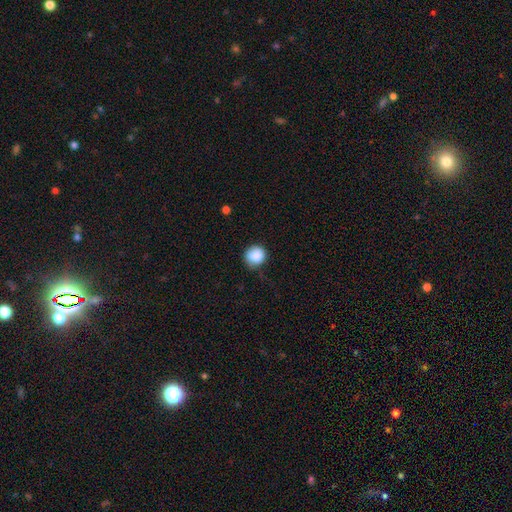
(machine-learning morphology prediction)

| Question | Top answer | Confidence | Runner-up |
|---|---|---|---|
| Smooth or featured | smooth | 88% | star or artifact (8%) |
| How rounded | round | 90% | in between (9%) |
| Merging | none | 78% | minor disturbance (17%) |